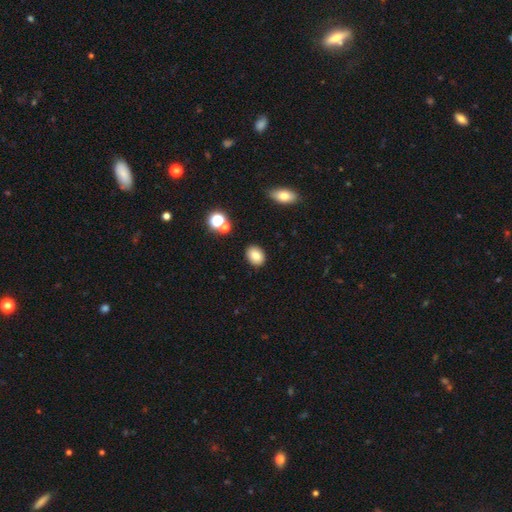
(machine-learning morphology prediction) Smooth or featured? Predicted: smooth (p=0.82). How rounded? Predicted: in between (p=0.63). Merging? Predicted: none (p=0.88).